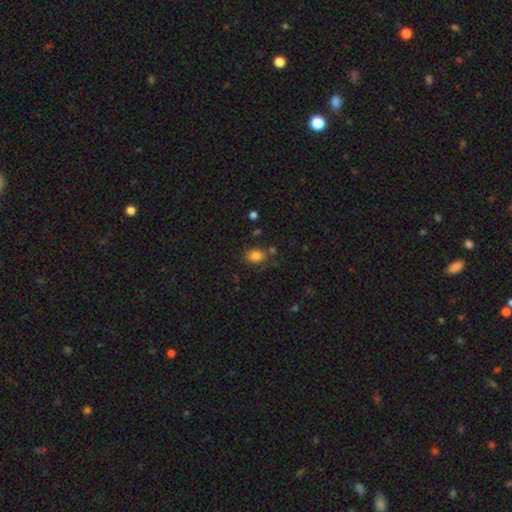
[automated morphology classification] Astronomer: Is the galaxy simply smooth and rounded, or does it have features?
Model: smooth — 83%.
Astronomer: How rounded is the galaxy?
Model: in between — 64%.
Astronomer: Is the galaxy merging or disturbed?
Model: none — 72%.